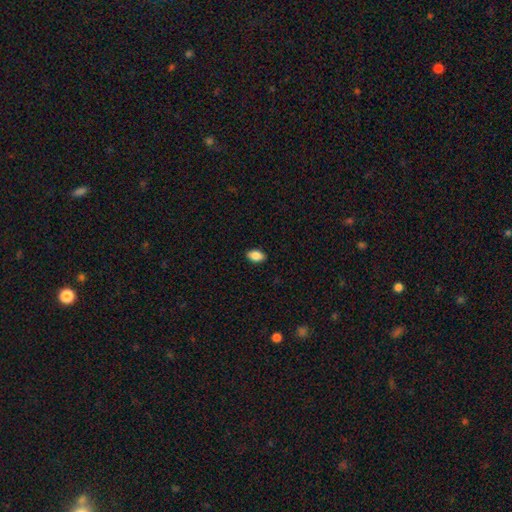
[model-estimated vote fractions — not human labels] This is clearly a smooth galaxy (87%). How rounded: clearly in between (90%). Merging: clearly none (89%).